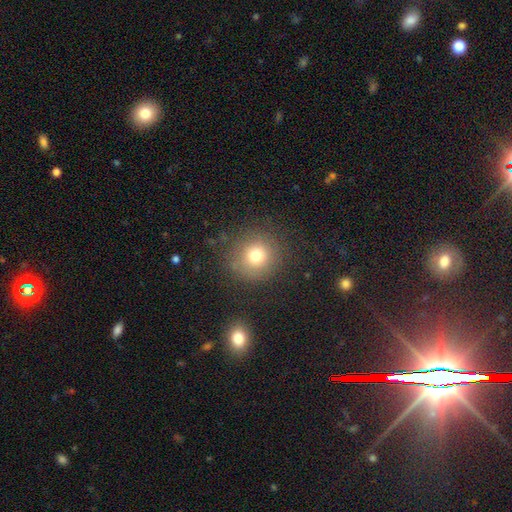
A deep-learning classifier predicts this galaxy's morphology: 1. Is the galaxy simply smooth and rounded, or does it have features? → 74% smooth, 14% star or artifact, 12% featured or disk.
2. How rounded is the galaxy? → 93% round, 6% in between, 1% cigar-shaped.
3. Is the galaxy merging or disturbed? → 84% none, 10% minor disturbance, 5% major disturbance, 2% merger.